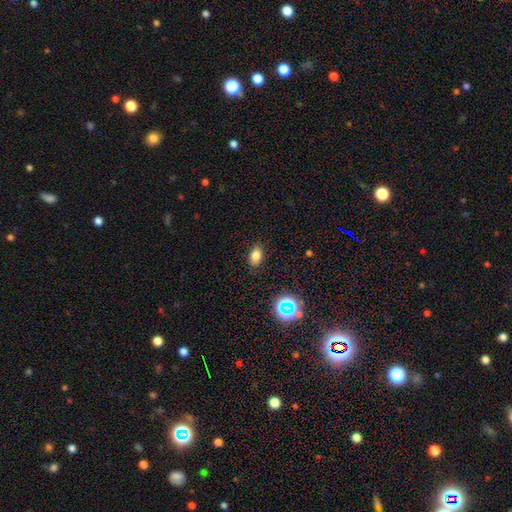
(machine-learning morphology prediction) The model was most divided on "smooth or featured": smooth: 78%, star or artifact: 14%, featured or disk: 7%. More confident: merging — none (87%); how rounded — in between (86%).